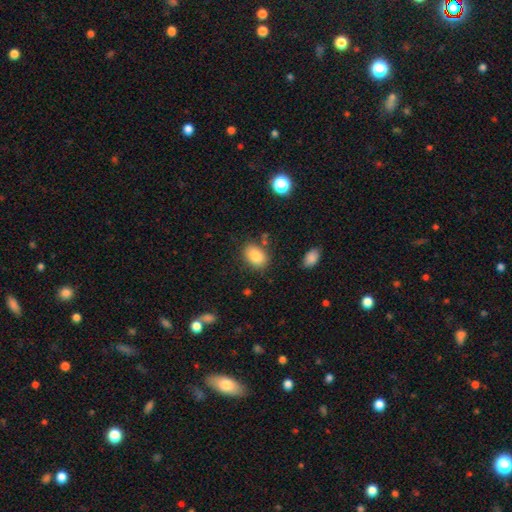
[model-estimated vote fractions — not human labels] smooth 85%, star or artifact 8%, featured or disk 7%. Down the decision tree: how rounded — in between (79%); merging — none (79%).